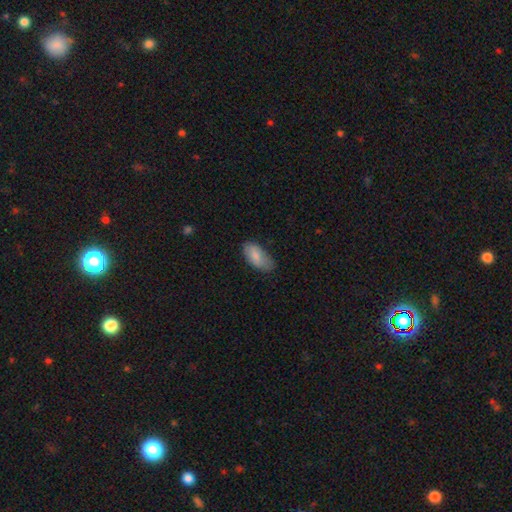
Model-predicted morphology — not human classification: This is clearly a smooth galaxy (82%). How rounded: clearly in between (92%). Merging: likely none (68%).